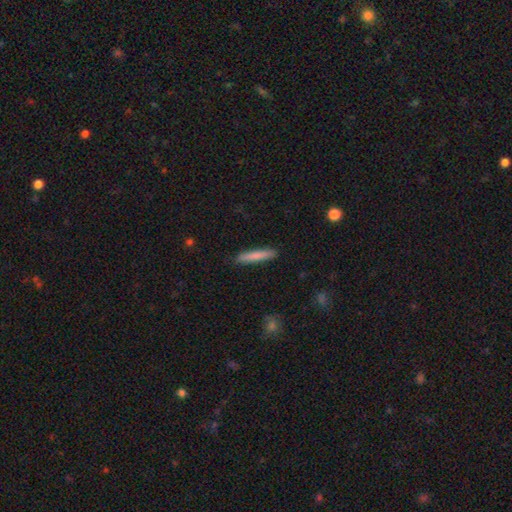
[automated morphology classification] Smooth or featured? Predicted: smooth (p=0.80). How rounded? Predicted: cigar-shaped (p=0.94). Merging? Predicted: none (p=0.90).